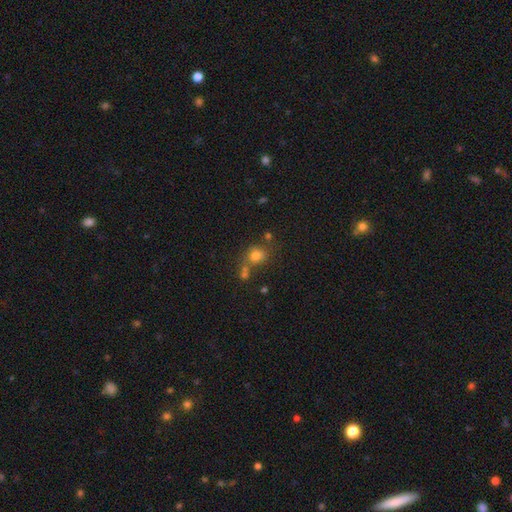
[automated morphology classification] Smooth or featured? smooth (74%)
How rounded? round (72%)
Merging? none (55%)